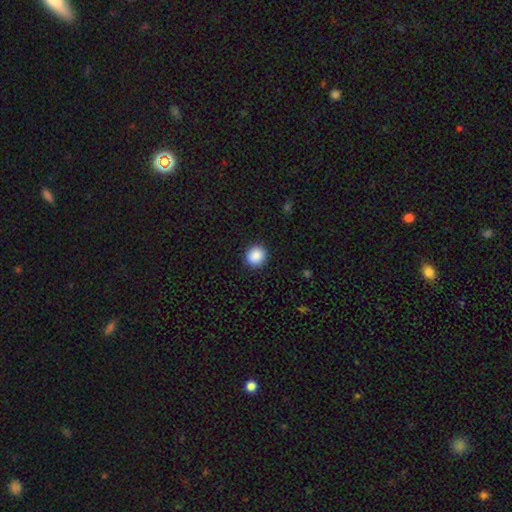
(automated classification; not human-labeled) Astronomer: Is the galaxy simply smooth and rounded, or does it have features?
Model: smooth — 89%.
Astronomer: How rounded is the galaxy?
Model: round — 88%.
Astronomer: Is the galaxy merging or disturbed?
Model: none — 92%.